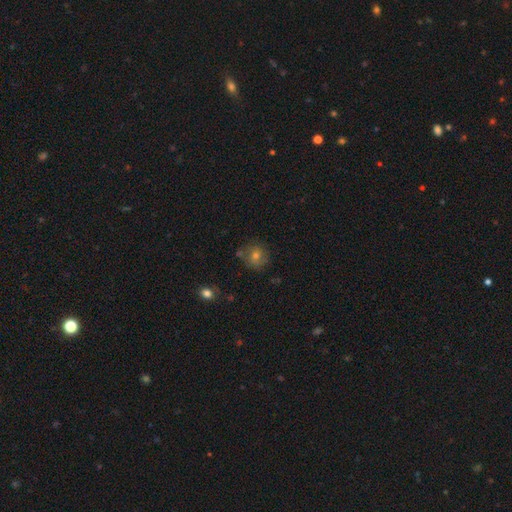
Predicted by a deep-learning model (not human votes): smooth 55%, featured or disk 26%, star or artifact 19%. Down the decision tree: how rounded — round (89%); merging — none (78%).